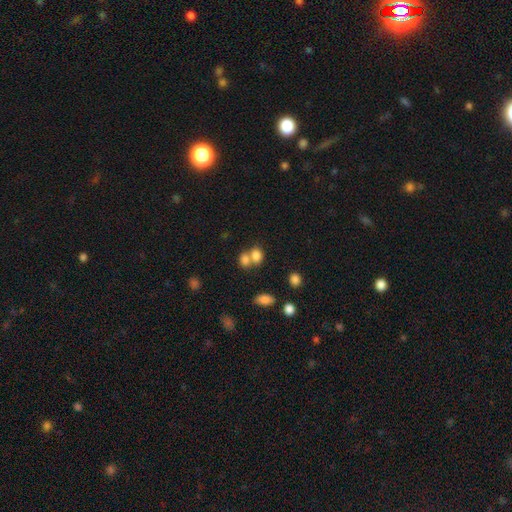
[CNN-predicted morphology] Overall: smooth (79%). How rounded: in between (60%; round 38%). Merging: merger (54%; none 34%).